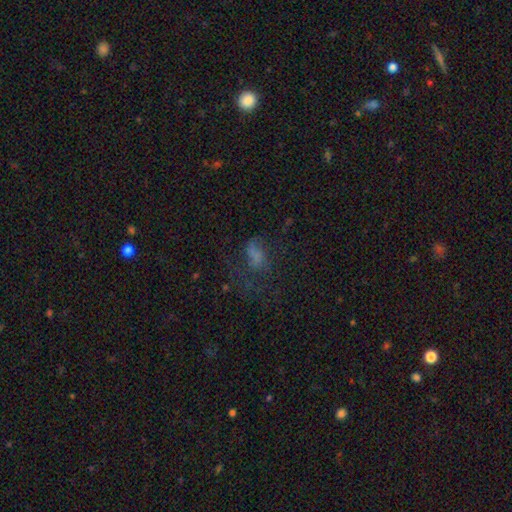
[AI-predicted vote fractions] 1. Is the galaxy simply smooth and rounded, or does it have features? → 47% smooth, 29% featured or disk, 24% star or artifact.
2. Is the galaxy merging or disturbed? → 41% major disturbance, 34% none, 20% minor disturbance, 5% merger.